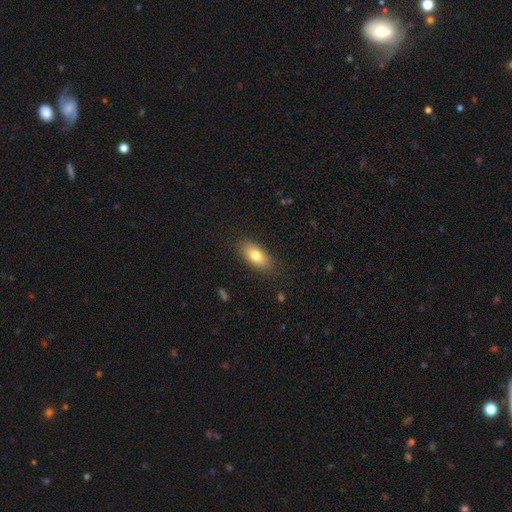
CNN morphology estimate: Smooth or featured? Predicted: smooth (p=0.79). How rounded? Predicted: in between (p=0.85). Merging? Predicted: none (p=0.85).